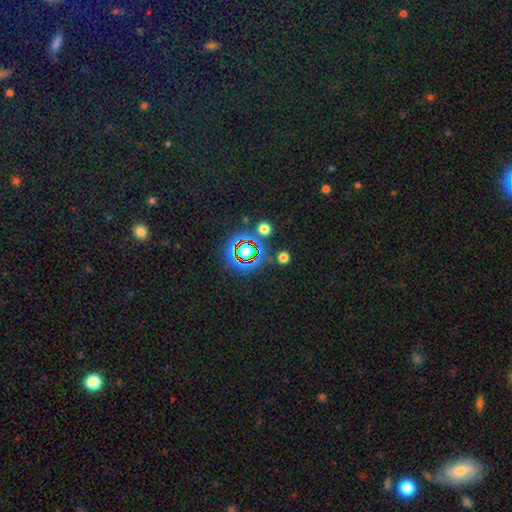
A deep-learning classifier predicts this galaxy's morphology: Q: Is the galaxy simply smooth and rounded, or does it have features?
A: star or artifact — 72%.